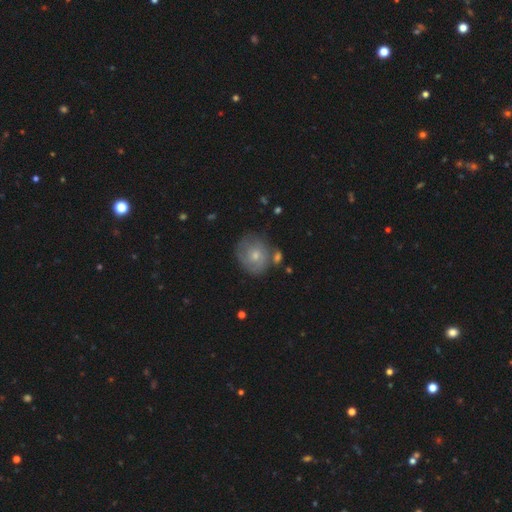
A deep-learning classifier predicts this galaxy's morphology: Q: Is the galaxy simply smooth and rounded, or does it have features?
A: featured or disk — 50%.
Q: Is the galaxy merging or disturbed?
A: none — 63%.